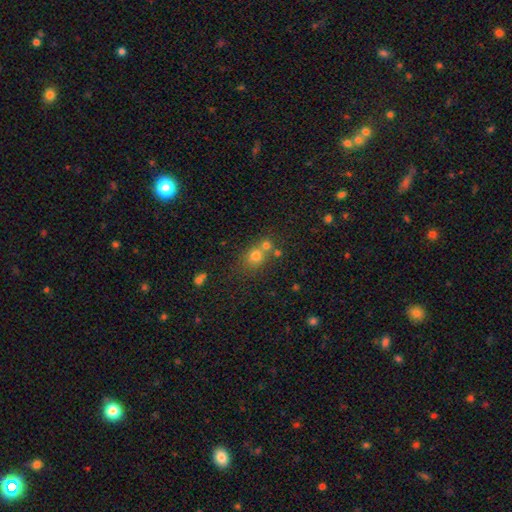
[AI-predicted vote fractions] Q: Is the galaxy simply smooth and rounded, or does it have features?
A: smooth — 73%.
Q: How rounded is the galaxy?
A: round — 76%.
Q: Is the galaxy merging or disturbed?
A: none — 47%.